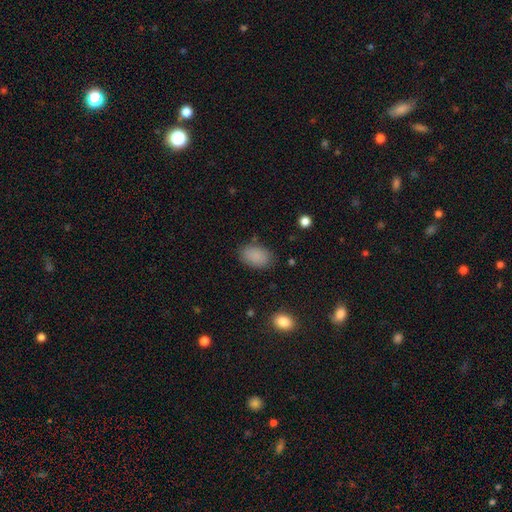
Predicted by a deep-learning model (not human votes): Q: Smooth or featured?
A: smooth (88%); runner-up: star or artifact (9%)
Q: How rounded?
A: in between (88%); runner-up: round (10%)
Q: Merging?
A: none (83%); runner-up: minor disturbance (12%)